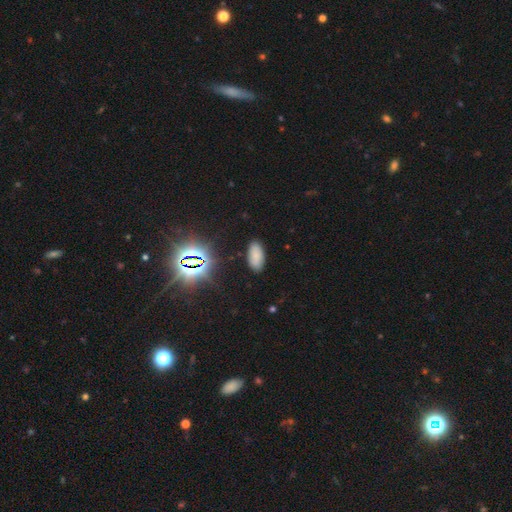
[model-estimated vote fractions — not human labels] smooth-or-featured: smooth: 76% | star or artifact: 16% | featured or disk: 8%
  how-rounded: in between: 91% | cigar-shaped: 6% | round: 2%
  merging: none: 87% | minor disturbance: 9% | major disturbance: 2% | merger: 1%